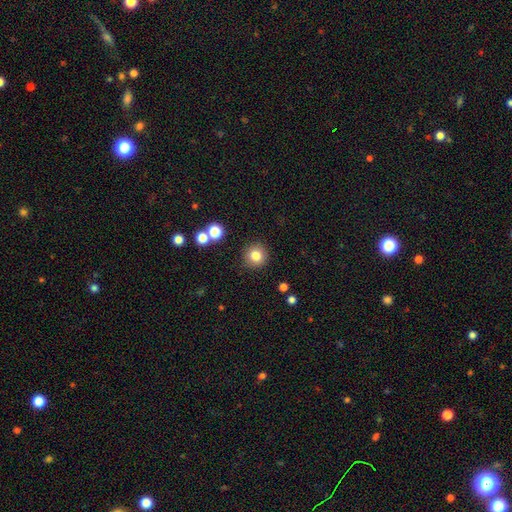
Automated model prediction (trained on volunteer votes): smooth 81%, star or artifact 12%, featured or disk 7%. Down the decision tree: how rounded — round (93%); merging — none (86%).